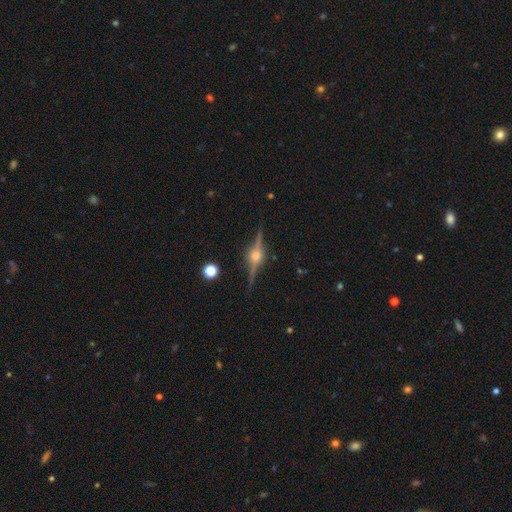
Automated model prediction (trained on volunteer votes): This is clearly a featured or disk galaxy (87%). It is clearly viewed edge-on (98%). Edge-on bulge: clearly rounded (90%). Merging: clearly none (88%).